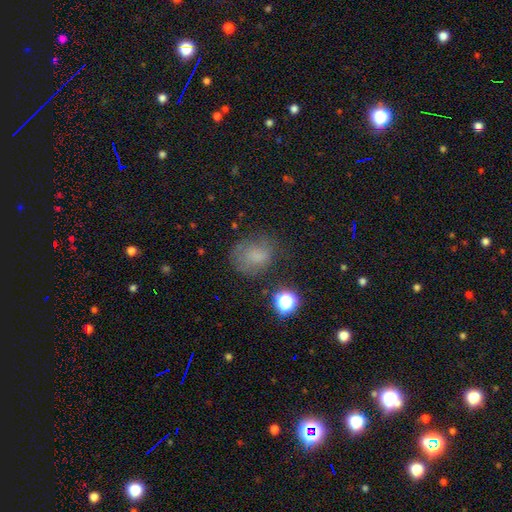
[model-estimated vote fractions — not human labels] Smooth or featured: smooth — 69% (star or artifact — 18%)
How rounded: round — 57% (in between — 41%)
Merging: none — 59% (minor disturbance — 24%)